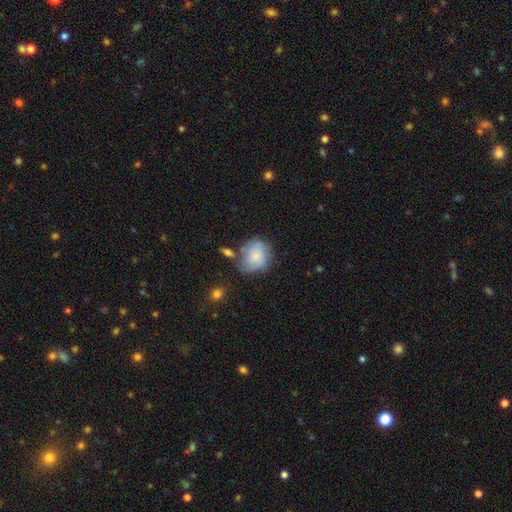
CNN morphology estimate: Smooth or featured: smooth — 67% (featured or disk — 25%)
How rounded: round — 67% (in between — 32%)
Merging: none — 50% (minor disturbance — 28%)